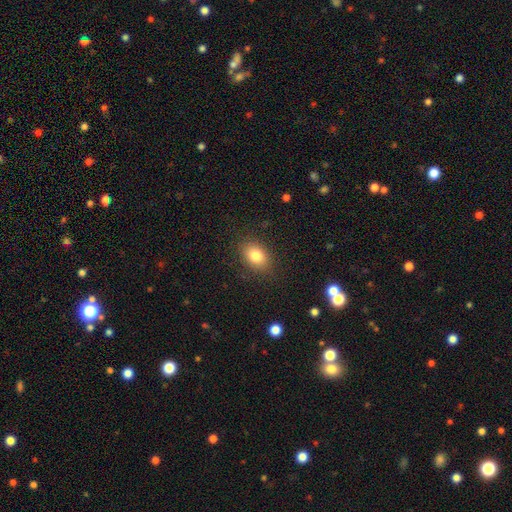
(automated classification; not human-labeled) Smooth or featured? Predicted: smooth (p=0.82). How rounded? Predicted: in between (p=0.74). Merging? Predicted: none (p=0.85).